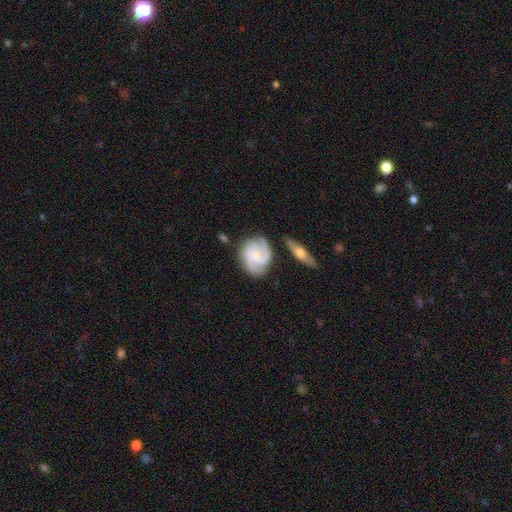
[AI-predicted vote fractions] Morphology: type=featured or disk (74%); edge-on=no (97%); bar=no (61%); spiral arms=yes (94%); winding=medium (45%); arm count=2 (56%); bulge=small (60%); merging=none (69%).